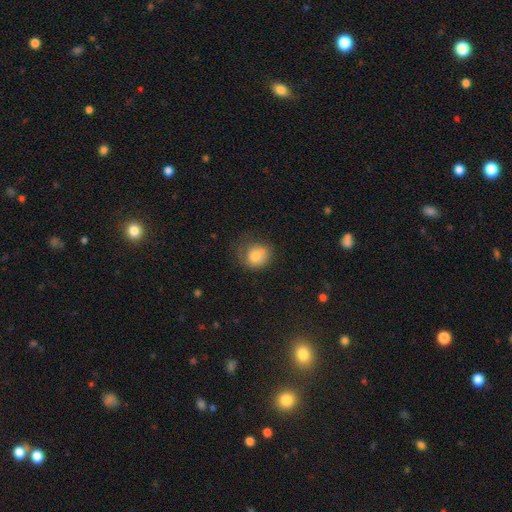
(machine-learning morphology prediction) A smooth galaxy with no disk features (77%) that is round (72%).

Vote fractions:
- Smooth or featured? smooth: 77% / featured or disk: 14% / star or artifact: 10%
- How rounded? round: 72% / in between: 28% / cigar-shaped: 1%
- Merging? none: 48% / minor disturbance: 29% / major disturbance: 16% / merger: 7%